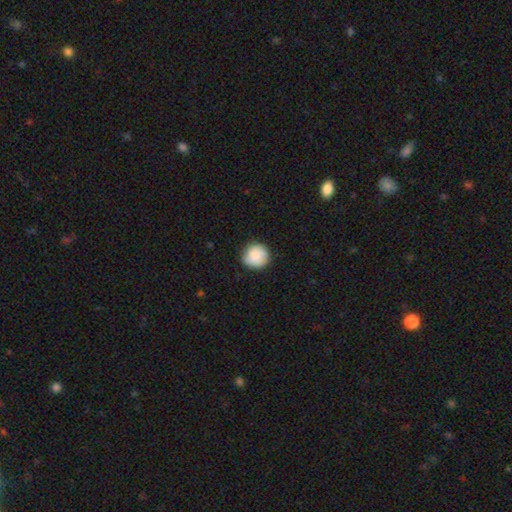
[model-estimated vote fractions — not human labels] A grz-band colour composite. It shows a smooth galaxy with no disk features (84%) that is round (92%). Merging: none (83%).